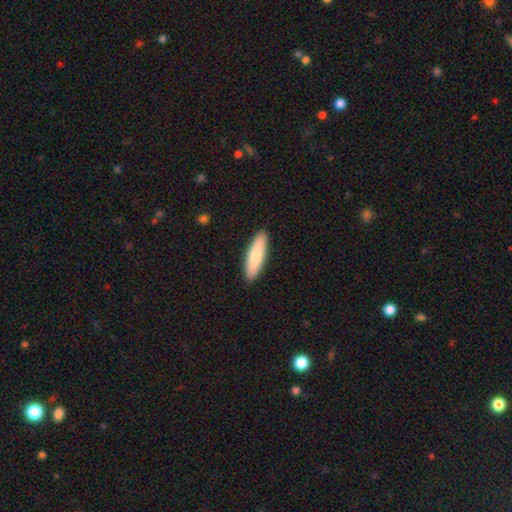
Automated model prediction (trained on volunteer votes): Smooth or featured? smooth (80%)
How rounded? cigar-shaped (65%)
Merging? none (91%)